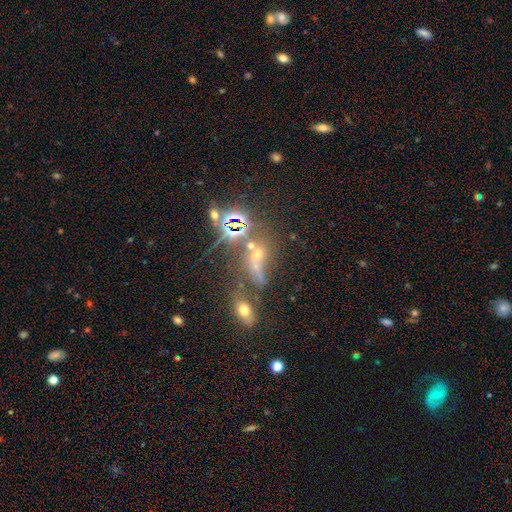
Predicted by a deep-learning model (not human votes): Morphology: type=star or artifact (53%).